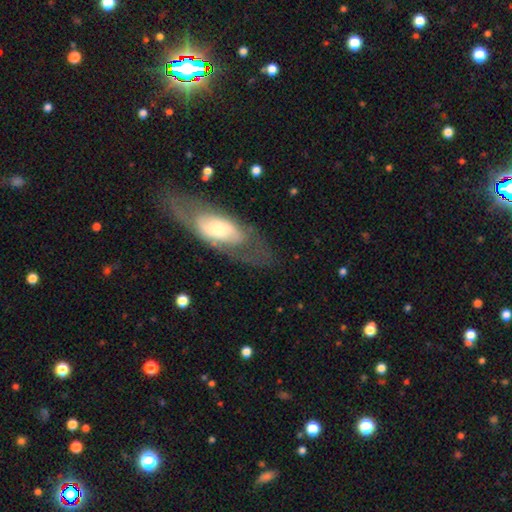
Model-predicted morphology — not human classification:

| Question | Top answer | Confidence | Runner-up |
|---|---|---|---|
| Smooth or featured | featured or disk | 63% | smooth (29%) |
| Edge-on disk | no | 76% | yes (24%) |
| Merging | none | 73% | minor disturbance (15%) |